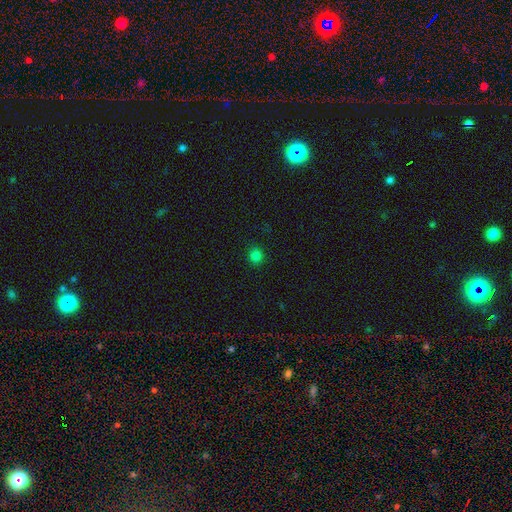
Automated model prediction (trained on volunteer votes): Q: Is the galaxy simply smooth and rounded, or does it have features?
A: smooth — 80%.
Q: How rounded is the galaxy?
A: round — 87%.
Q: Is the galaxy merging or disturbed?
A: none — 91%.